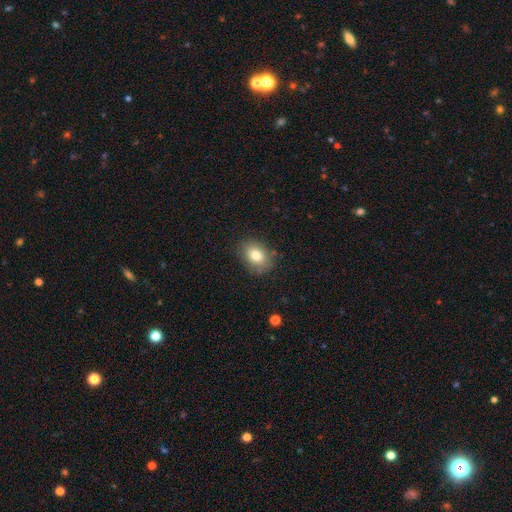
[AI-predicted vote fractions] Smooth or featured? smooth (80%)
How rounded? in between (75%)
Merging? none (82%)